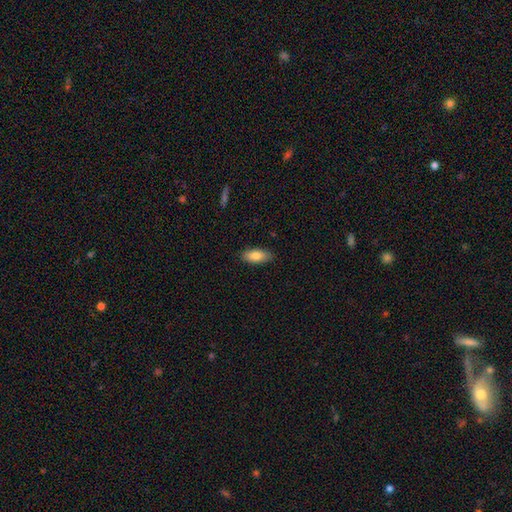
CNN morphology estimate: Q: Smooth or featured?
A: smooth (83%); runner-up: featured or disk (11%)
Q: How rounded?
A: in between (86%); runner-up: cigar-shaped (12%)
Q: Merging?
A: none (87%); runner-up: minor disturbance (10%)